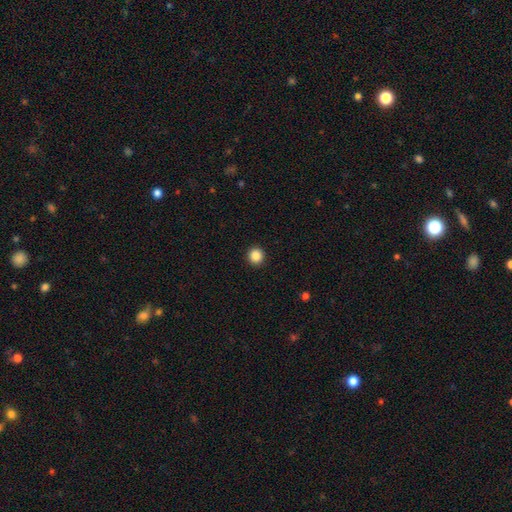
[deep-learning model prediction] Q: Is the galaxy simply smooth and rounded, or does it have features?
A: smooth — 87%.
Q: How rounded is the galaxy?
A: round — 95%.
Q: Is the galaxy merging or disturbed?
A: none — 93%.